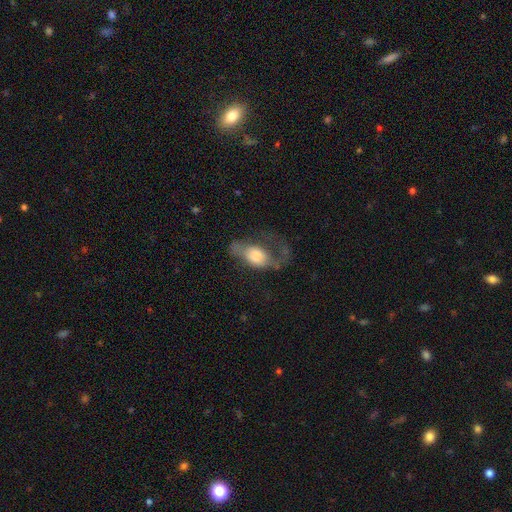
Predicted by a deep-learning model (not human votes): The model was most divided on "smooth or featured": smooth: 51%, featured or disk: 40%, star or artifact: 8%. More confident: how rounded — in between (84%); merging — major disturbance (57%).